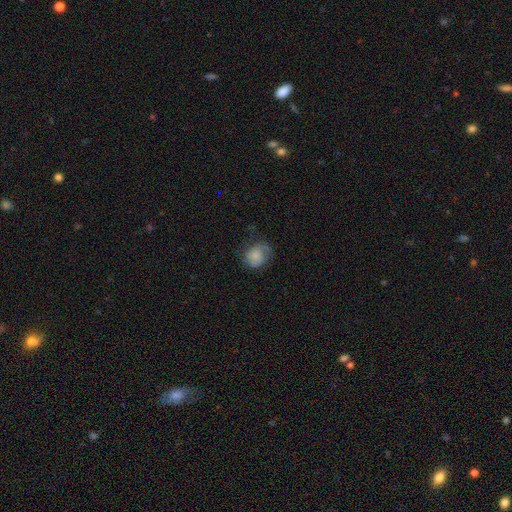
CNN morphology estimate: Smooth or featured: smooth — 67% (featured or disk — 24%)
How rounded: round — 62% (in between — 37%)
Merging: none — 52% (minor disturbance — 30%)